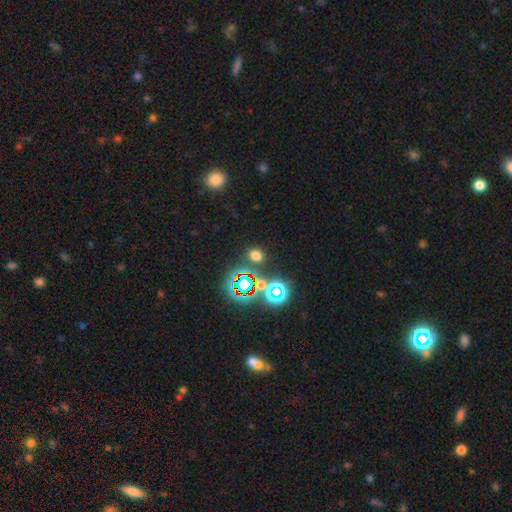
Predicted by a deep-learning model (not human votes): The model was most divided on "smooth or featured": smooth: 60%, star or artifact: 33%, featured or disk: 7%. More confident: merging — none (80%); how rounded — round (71%).